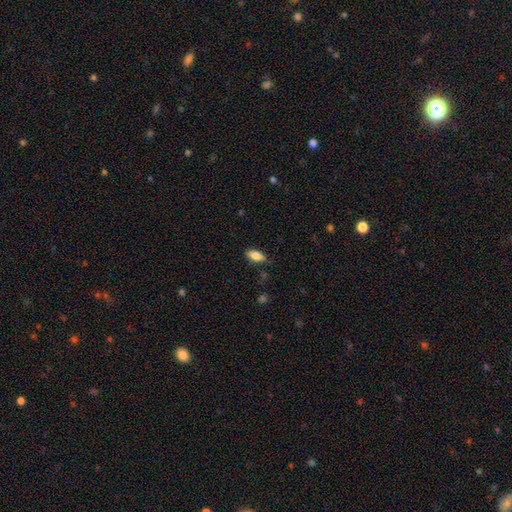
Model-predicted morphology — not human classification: A smooth galaxy with no disk features (81%) that is in between round and cigar-shaped (84%).

Vote fractions:
- Smooth or featured? smooth: 81% / featured or disk: 12% / star or artifact: 7%
- How rounded? in between: 84% / cigar-shaped: 13% / round: 3%
- Merging? none: 80% / minor disturbance: 15% / major disturbance: 3% / merger: 2%